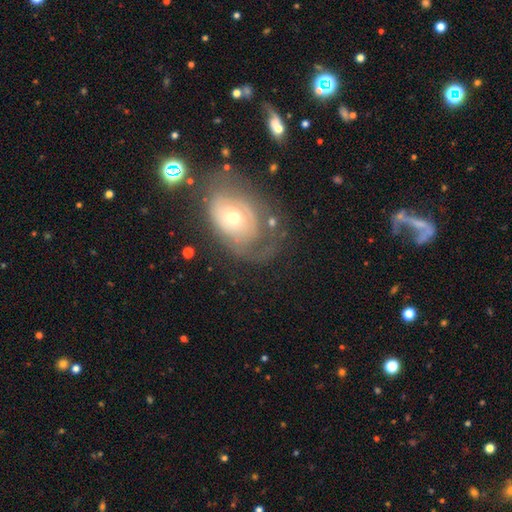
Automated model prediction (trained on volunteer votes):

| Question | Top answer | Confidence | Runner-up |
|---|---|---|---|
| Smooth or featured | featured or disk | 62% | smooth (21%) |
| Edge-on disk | no | 94% | yes (6%) |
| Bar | no | 79% | weak (16%) |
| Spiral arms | yes | 75% | no (25%) |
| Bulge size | small | 50% | moderate (43%) |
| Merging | none | 65% | minor disturbance (18%) |